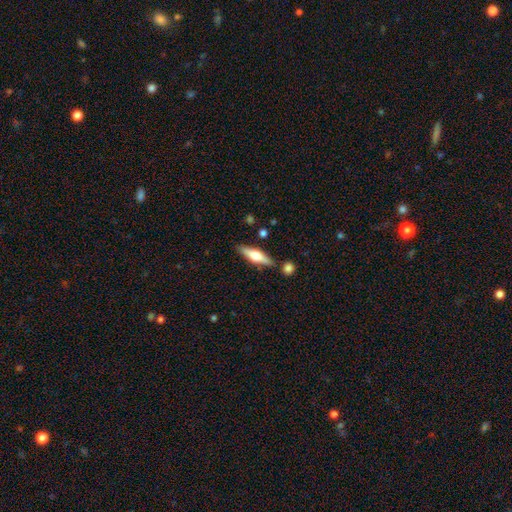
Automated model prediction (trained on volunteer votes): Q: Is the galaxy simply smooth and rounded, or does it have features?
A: featured or disk — 49%.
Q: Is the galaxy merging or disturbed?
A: none — 82%.